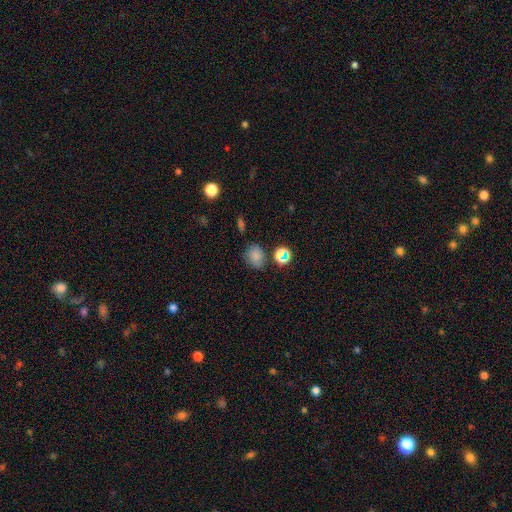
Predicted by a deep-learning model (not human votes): smooth 76%, star or artifact 17%, featured or disk 7%. Down the decision tree: how rounded — round (51%); merging — none (72%).